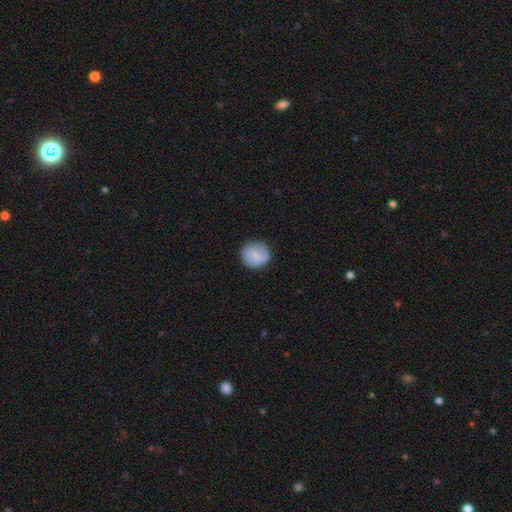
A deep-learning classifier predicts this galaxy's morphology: smooth-or-featured: smooth: 74% | featured or disk: 20% | star or artifact: 7%
  how-rounded: round: 92% | in between: 7% | cigar-shaped: 1%
  merging: none: 84% | minor disturbance: 11% | major disturbance: 3% | merger: 1%